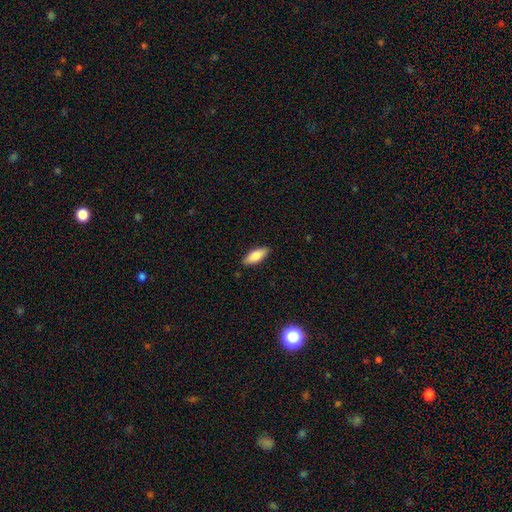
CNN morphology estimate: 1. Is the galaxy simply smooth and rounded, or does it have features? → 81% smooth, 13% featured or disk, 6% star or artifact.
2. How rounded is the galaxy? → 73% in between, 25% cigar-shaped, 2% round.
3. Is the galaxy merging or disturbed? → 87% none, 10% minor disturbance, 2% major disturbance, 1% merger.